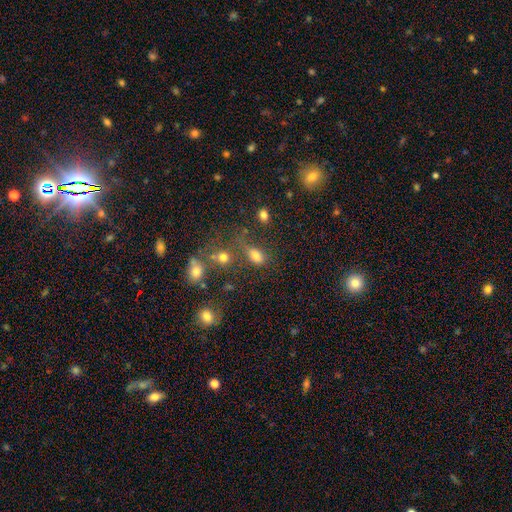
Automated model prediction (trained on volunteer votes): Smooth or featured? Predicted: smooth (p=0.76). How rounded? Predicted: in between (p=0.74). Merging? Predicted: none (p=0.54).